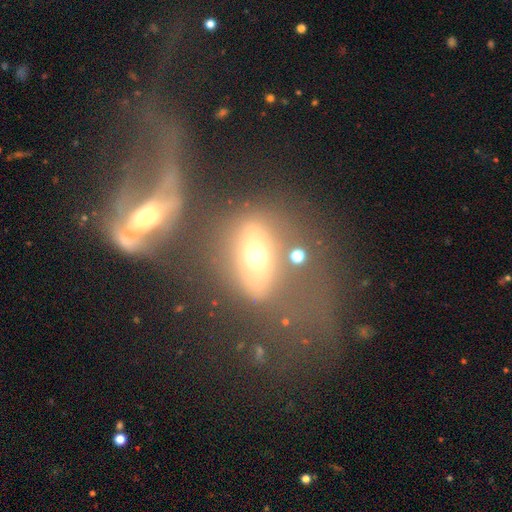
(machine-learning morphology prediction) This is possibly a featured or disk galaxy (55%). It is likely not viewed edge-on (74%). Merging: possibly merger (53%).